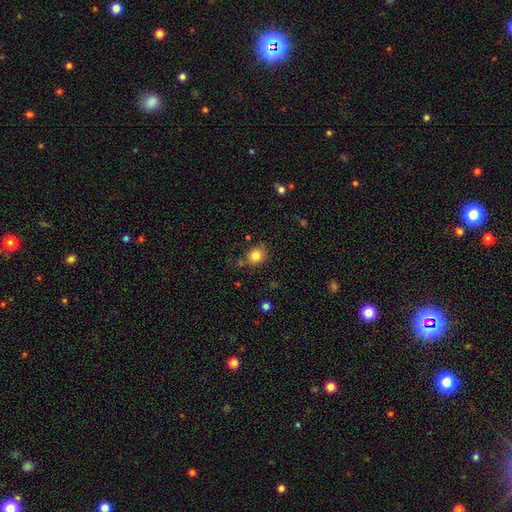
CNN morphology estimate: The model was most divided on "how rounded": round: 57%, in between: 41%, cigar-shaped: 1%. More confident: smooth or featured — smooth (82%); merging — none (70%).